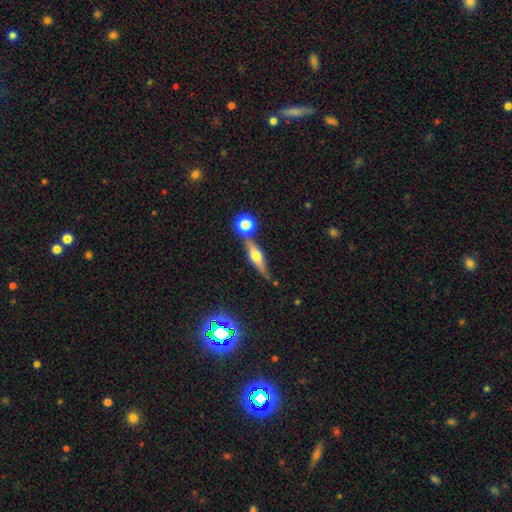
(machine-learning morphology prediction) A featured or disk galaxy (55%) viewed edge-on (90%). Merging: none (64%).